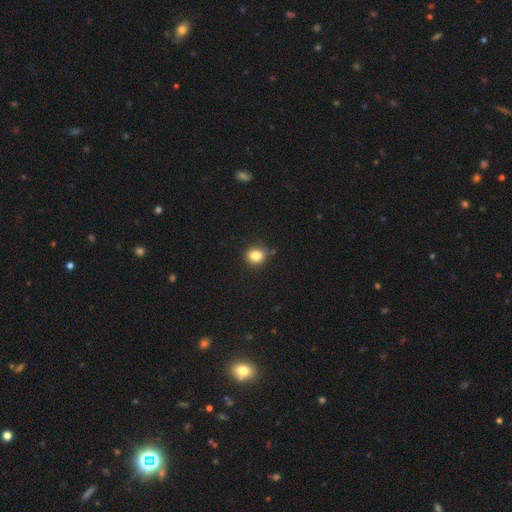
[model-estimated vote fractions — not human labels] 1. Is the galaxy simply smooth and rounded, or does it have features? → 83% smooth, 11% star or artifact, 5% featured or disk.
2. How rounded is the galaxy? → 73% round, 26% in between, 1% cigar-shaped.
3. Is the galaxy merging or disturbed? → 84% none, 11% minor disturbance, 2% major disturbance, 2% merger.